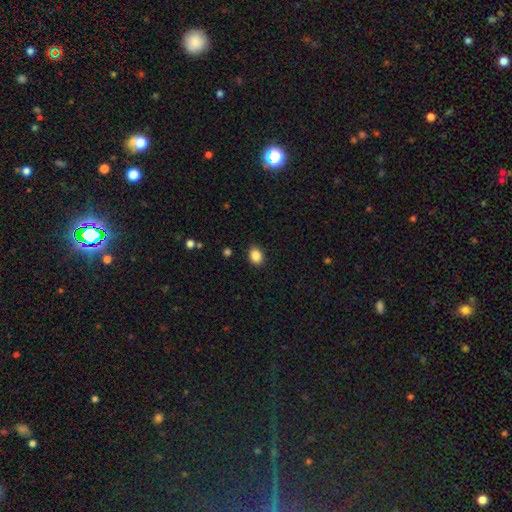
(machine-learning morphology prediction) This is clearly a smooth galaxy (88%). How rounded: likely in between (61%). Merging: clearly none (88%).